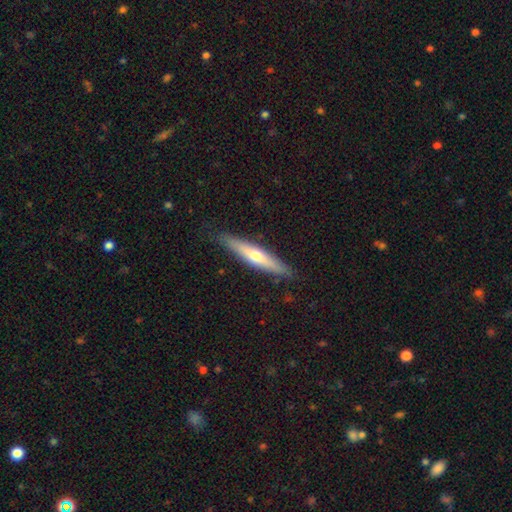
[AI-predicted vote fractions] smooth_or_featured: featured or disk (p=0.51) [alt: smooth p=0.44]
disk_edge_on: yes (p=0.92) [alt: no p=0.08]
merging: none (p=0.88) [alt: minor disturbance p=0.09]